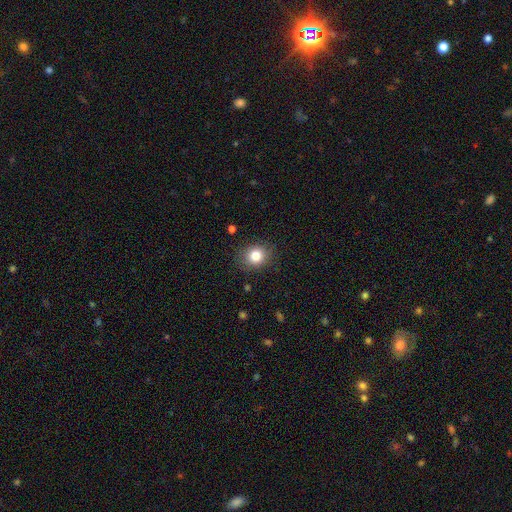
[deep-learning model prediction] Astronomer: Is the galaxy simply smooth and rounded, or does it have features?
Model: smooth — 82%.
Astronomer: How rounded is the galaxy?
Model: round — 71%.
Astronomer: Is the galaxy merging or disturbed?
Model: none — 85%.